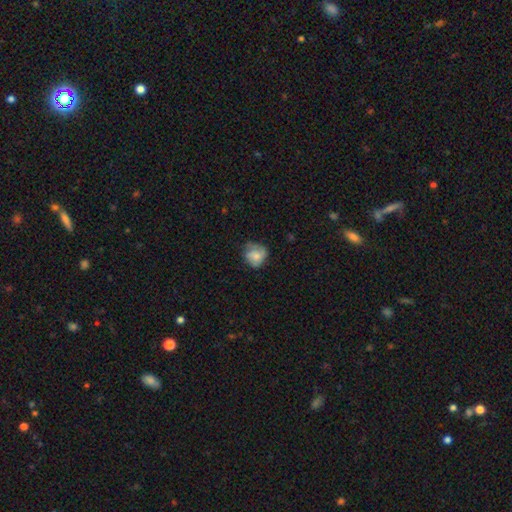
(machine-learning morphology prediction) Smooth or featured: smooth — 67% (featured or disk — 24%)
How rounded: round — 70% (in between — 29%)
Merging: none — 51% (minor disturbance — 33%)